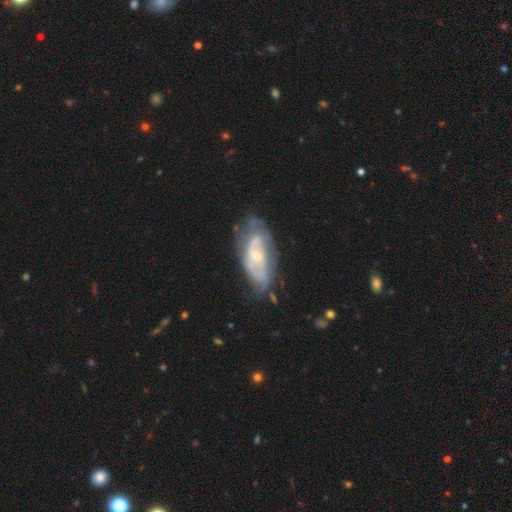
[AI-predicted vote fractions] This is likely a featured or disk galaxy (73%). It is clearly not viewed edge-on (90%). Bar: possibly no (60%). Spiral arm pattern: likely yes (72%). Central bulge: possibly small (57%). Merging: possibly none (55%).